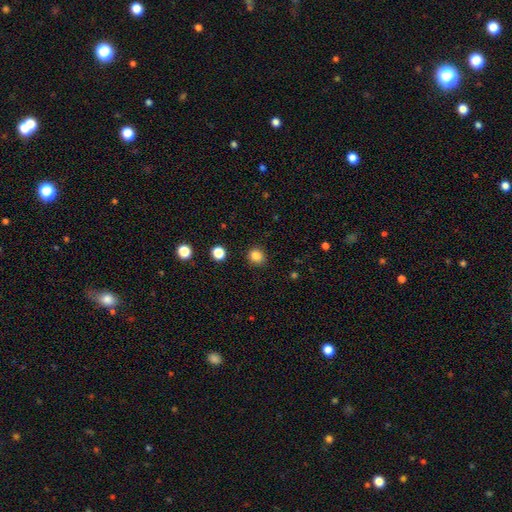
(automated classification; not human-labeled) smooth 85%, star or artifact 12%, featured or disk 3%. Down the decision tree: how rounded — round (83%); merging — none (89%).